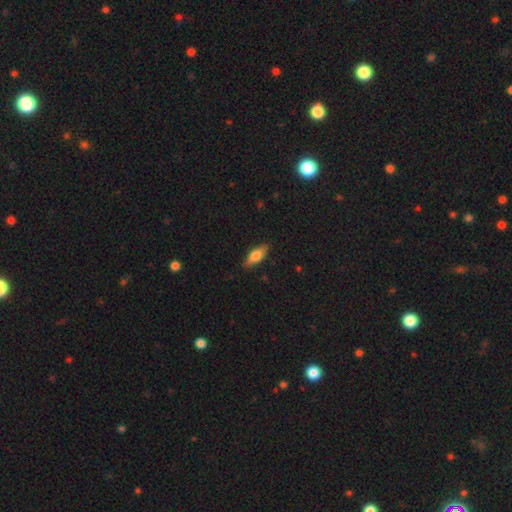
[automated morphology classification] Smooth or featured? smooth (64%)
How rounded? in between (70%)
Merging? none (85%)